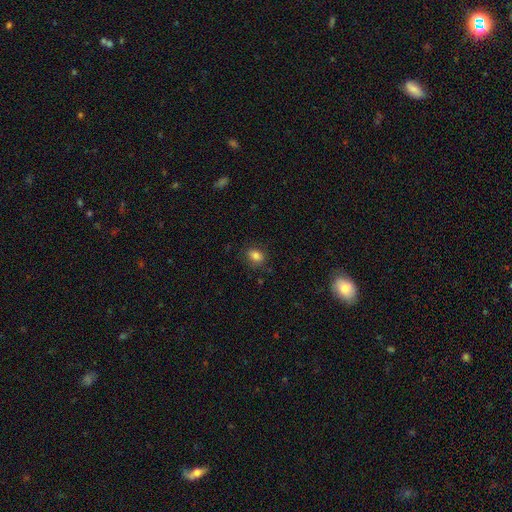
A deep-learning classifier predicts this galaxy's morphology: Overall: smooth (83%). How rounded: in between (67%; round 32%). Merging: none (82%).